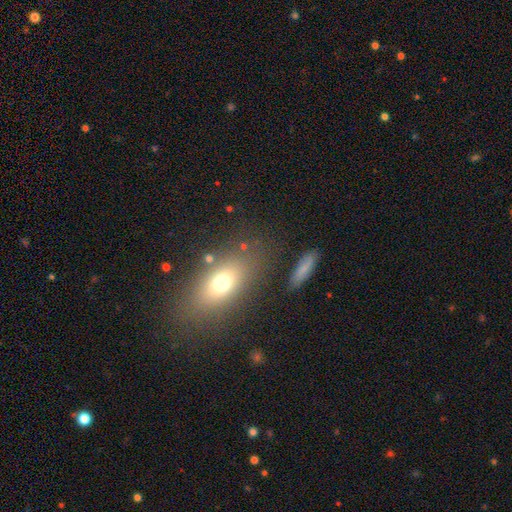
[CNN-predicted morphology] smooth 65%, featured or disk 20%, star or artifact 16%. Down the decision tree: how rounded — in between (77%); merging — none (78%).